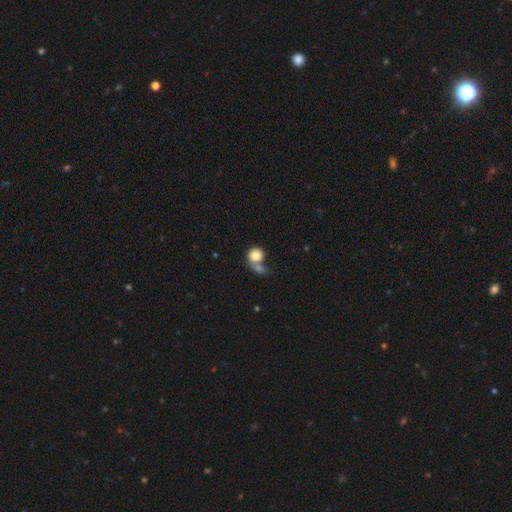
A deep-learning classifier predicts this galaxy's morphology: Smooth or featured: smooth — 81% (featured or disk — 11%)
How rounded: round — 85% (in between — 14%)
Merging: merger — 47% (none — 34%)